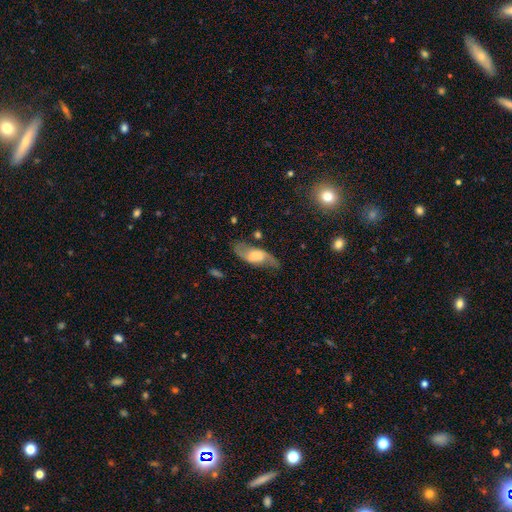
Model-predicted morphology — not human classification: Overall: featured or disk (64%; smooth 29%). Edge-on disk: no (86%). Bar: no (49%; weak 38%). Spiral arms: yes (88%). Bulge size: moderate (34%; large 26%). Merging: none (70%).